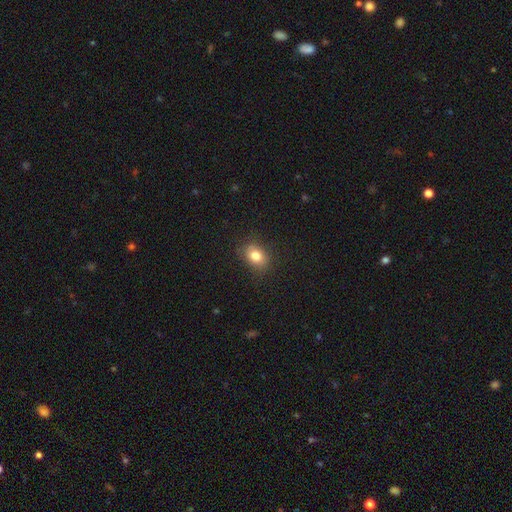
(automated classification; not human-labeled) smooth-or-featured: smooth: 81% | star or artifact: 10% | featured or disk: 9%
  how-rounded: in between: 60% | round: 39% | cigar-shaped: 1%
  merging: none: 85% | minor disturbance: 11% | major disturbance: 3% | merger: 1%